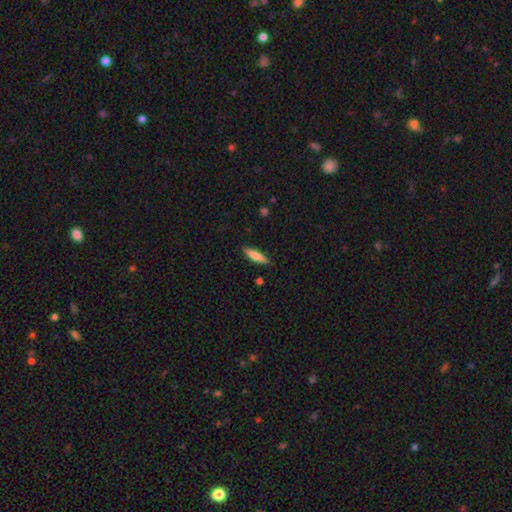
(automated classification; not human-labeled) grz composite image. It shows a smooth galaxy with no disk features (76%) that is cigar-shaped (75%). Merging: none (89%).